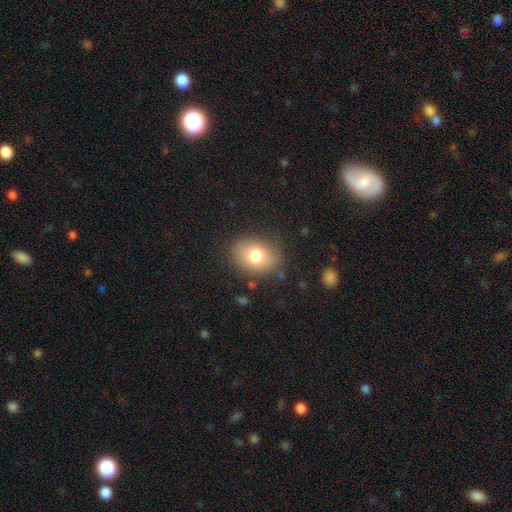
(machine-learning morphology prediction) Overall: smooth (76%). How rounded: in between (58%; round 41%). Merging: none (83%).